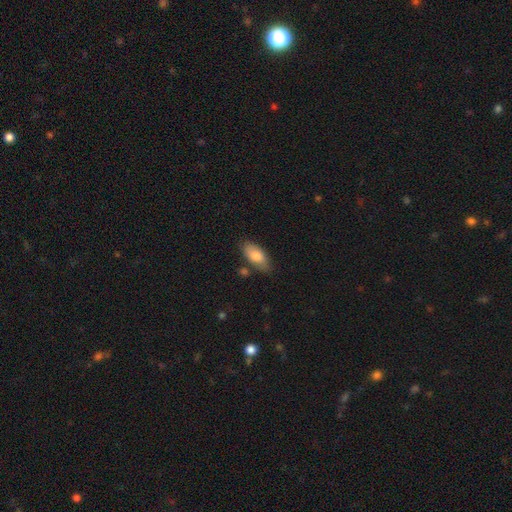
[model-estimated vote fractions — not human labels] Smooth or featured? Predicted: smooth (p=0.81). How rounded? Predicted: in between (p=0.90). Merging? Predicted: none (p=0.74).